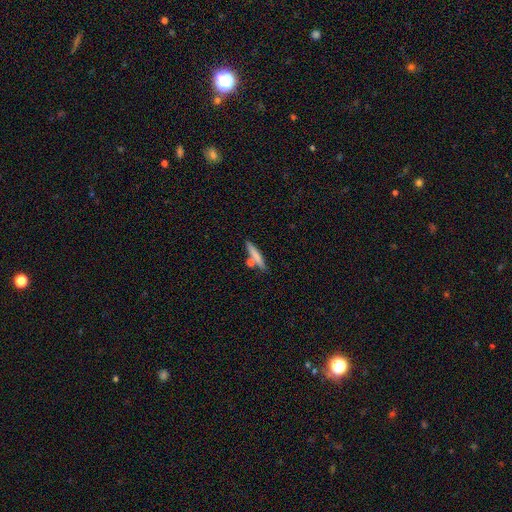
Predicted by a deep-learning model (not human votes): smooth 74%, featured or disk 20%, star or artifact 7%. Down the decision tree: how rounded — cigar-shaped (87%); merging — none (71%).